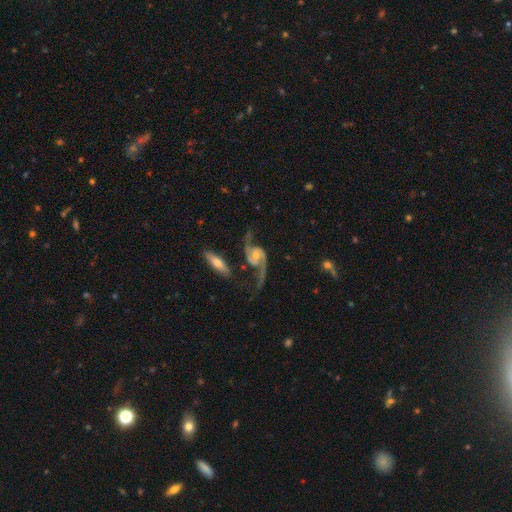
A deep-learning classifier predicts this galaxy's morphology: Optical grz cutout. It shows a featured or disk galaxy (91%) with no bar (58%), 2 (93%) loose (62%) spiral arms (97%) and a moderate central bulge (47%). Merging: none (57%).